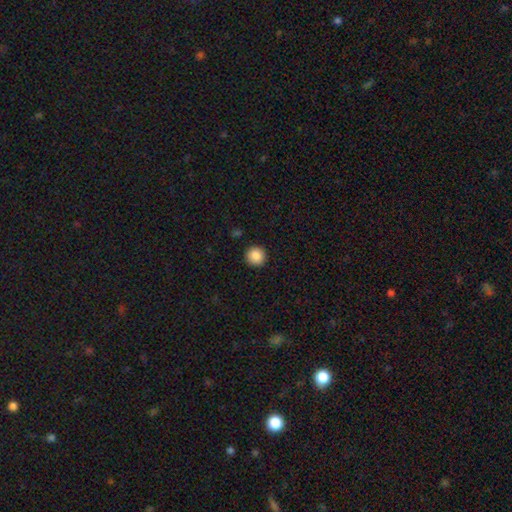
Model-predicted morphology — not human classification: type=smooth (88%); roundness=round (95%); merging=none (92%).